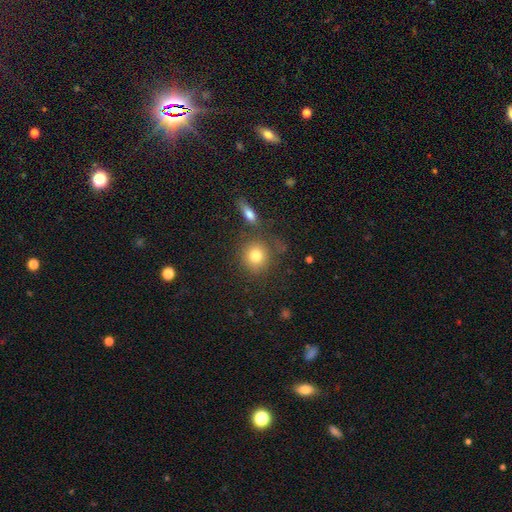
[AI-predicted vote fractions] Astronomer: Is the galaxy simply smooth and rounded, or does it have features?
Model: smooth — 80%.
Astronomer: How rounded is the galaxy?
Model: round — 86%.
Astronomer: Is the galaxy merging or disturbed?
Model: none — 73%.